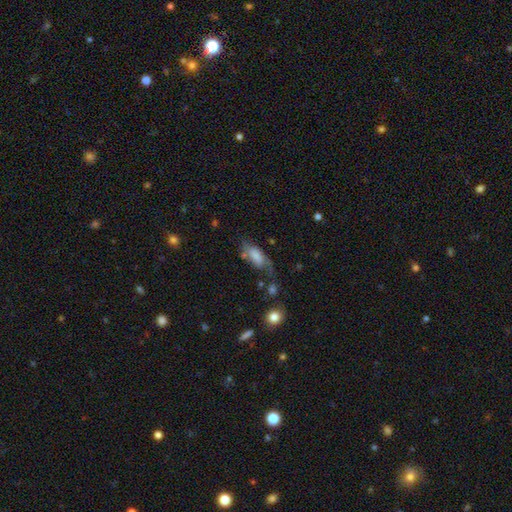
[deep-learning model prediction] Q: Smooth or featured?
A: smooth (55%); runner-up: featured or disk (36%)
Q: How rounded?
A: in between (84%); runner-up: cigar-shaped (11%)
Q: Merging?
A: none (40%); runner-up: minor disturbance (28%)